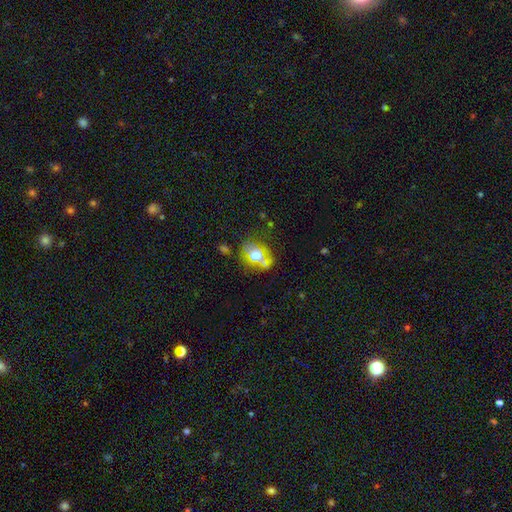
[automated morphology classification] type=smooth (53%); roundness=round (52%); merging=none (54%).